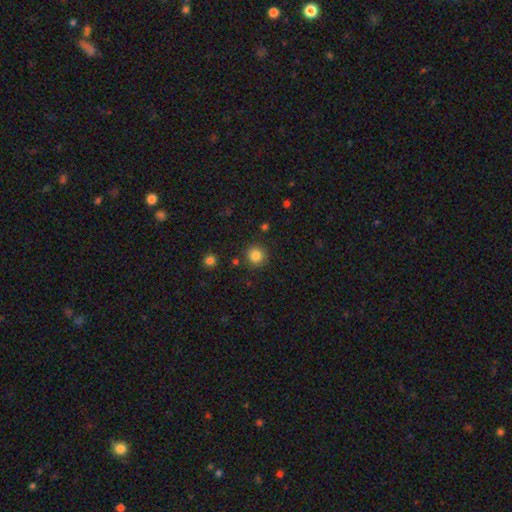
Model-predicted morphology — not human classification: Smooth or featured? Predicted: smooth (p=0.84). How rounded? Predicted: round (p=0.94). Merging? Predicted: none (p=0.88).